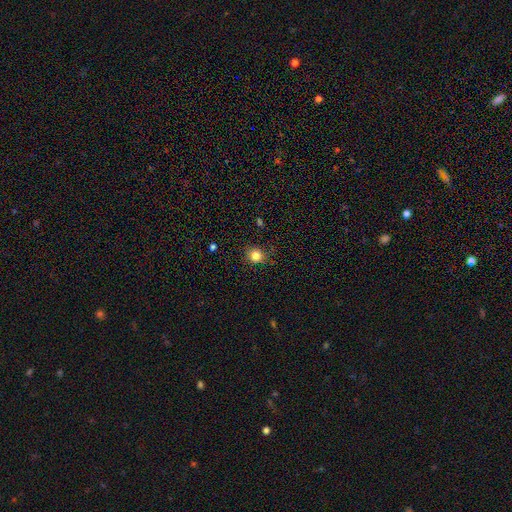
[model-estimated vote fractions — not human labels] This appears to be a smooth galaxy with no disk features (83%) that is round (85%). Merging: none (85%).